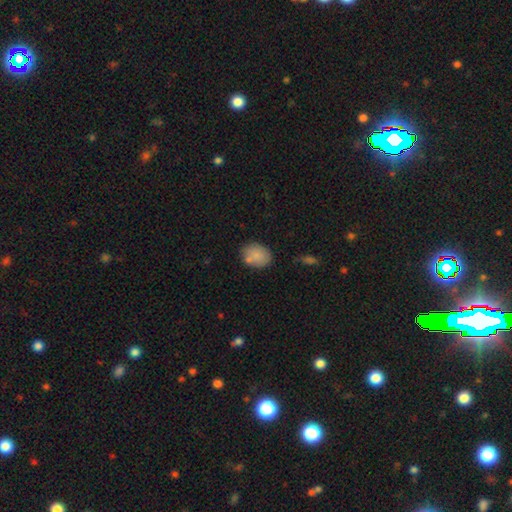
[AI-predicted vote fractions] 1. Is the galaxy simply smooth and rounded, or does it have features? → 84% smooth, 9% featured or disk, 7% star or artifact.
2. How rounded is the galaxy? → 61% in between, 38% round, 1% cigar-shaped.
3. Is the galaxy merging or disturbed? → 70% none, 16% minor disturbance, 10% merger, 4% major disturbance.